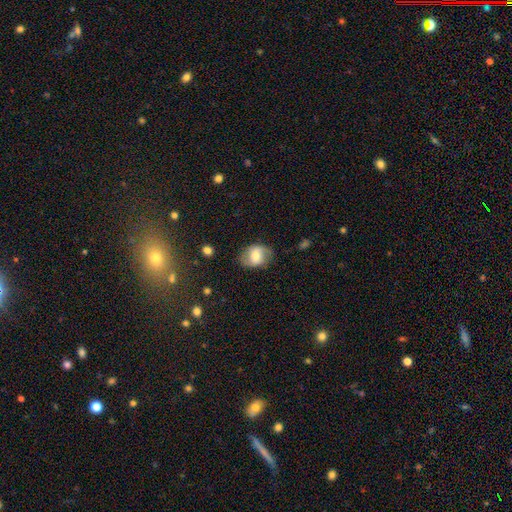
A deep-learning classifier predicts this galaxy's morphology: Smooth or featured: smooth — 58% (featured or disk — 34%)
How rounded: in between — 66% (round — 33%)
Merging: none — 74% (minor disturbance — 18%)